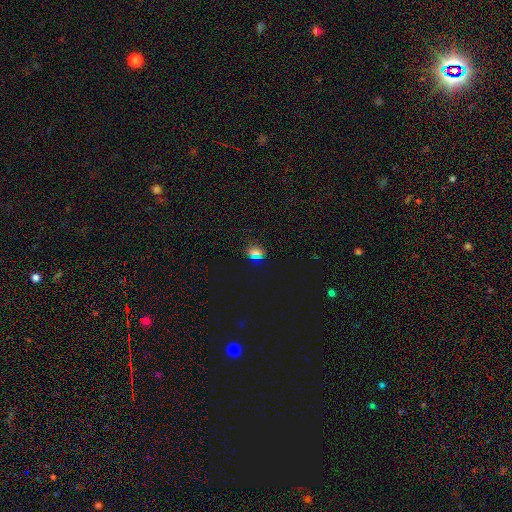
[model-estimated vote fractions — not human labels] A star or artifact, not a galaxy (49%).

Vote fractions:
- Smooth or featured? star or artifact: 49% / smooth: 44% / featured or disk: 7%